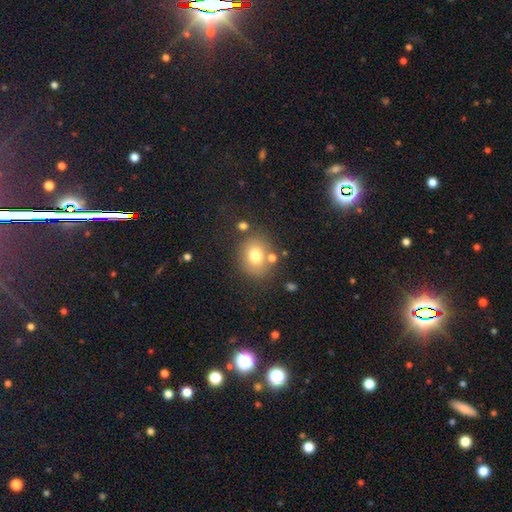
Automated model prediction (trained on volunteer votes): smooth 74%, featured or disk 14%, star or artifact 12%. Down the decision tree: how rounded — round (64%); merging — none (71%).